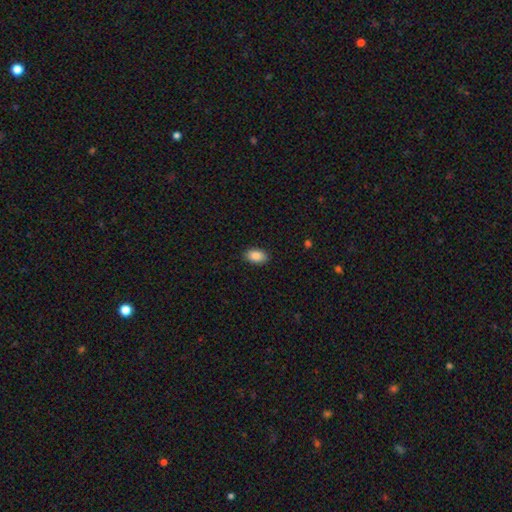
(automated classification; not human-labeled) This appears to be a smooth galaxy with no disk features (88%) that is in between round and cigar-shaped (91%). Merging: none (89%).